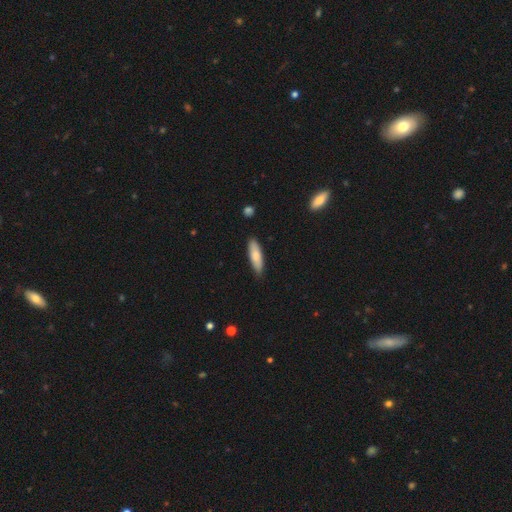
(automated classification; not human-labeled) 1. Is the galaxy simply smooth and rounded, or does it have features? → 80% smooth, 15% featured or disk, 6% star or artifact.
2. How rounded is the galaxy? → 58% cigar-shaped, 41% in between, 2% round.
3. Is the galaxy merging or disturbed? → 86% none, 10% minor disturbance, 2% major disturbance, 1% merger.